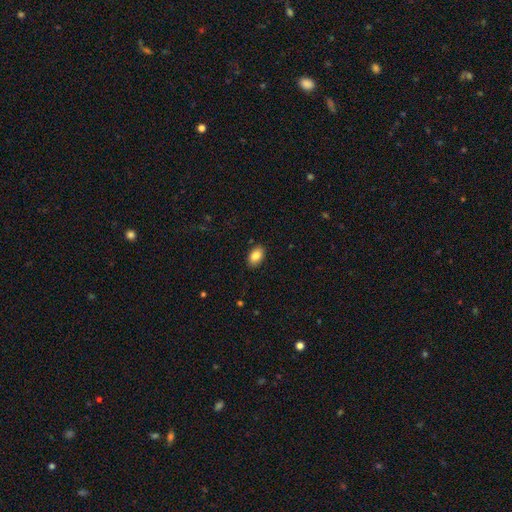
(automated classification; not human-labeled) The model was most divided on "smooth or featured": smooth: 86%, star or artifact: 7%, featured or disk: 7%. More confident: how rounded — in between (90%); merging — none (88%).